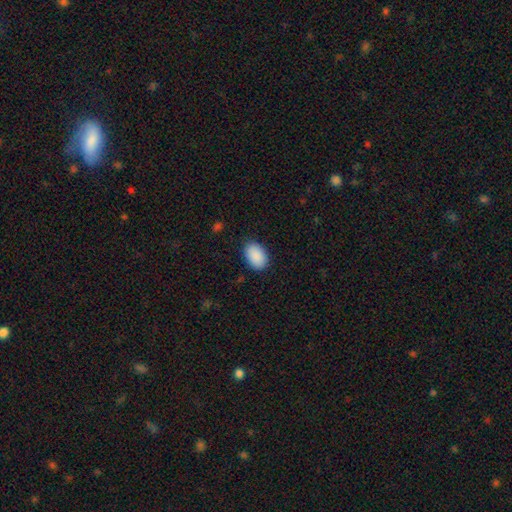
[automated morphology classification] Overall: smooth (91%). How rounded: in between (90%). Merging: none (87%).